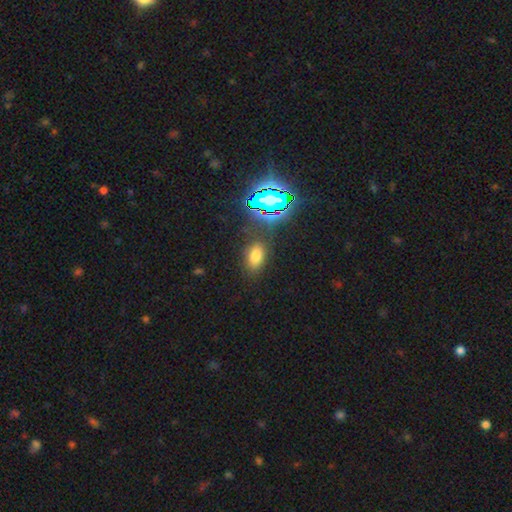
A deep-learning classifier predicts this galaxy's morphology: A smooth galaxy with no disk features (66%) that is in between round and cigar-shaped (87%).

Vote fractions:
- Smooth or featured? smooth: 66% / star or artifact: 26% / featured or disk: 8%
- How rounded? in between: 87% / round: 10% / cigar-shaped: 3%
- Merging? none: 84% / minor disturbance: 10% / major disturbance: 3% / merger: 3%